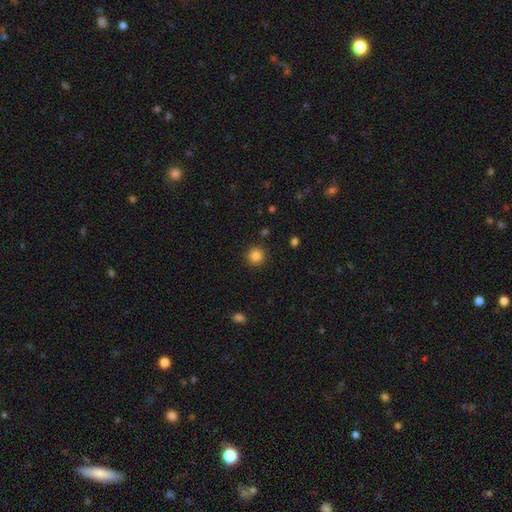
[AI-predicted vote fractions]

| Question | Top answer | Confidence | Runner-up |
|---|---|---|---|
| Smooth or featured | smooth | 84% | star or artifact (12%) |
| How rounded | round | 95% | in between (5%) |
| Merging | none | 91% | minor disturbance (6%) |